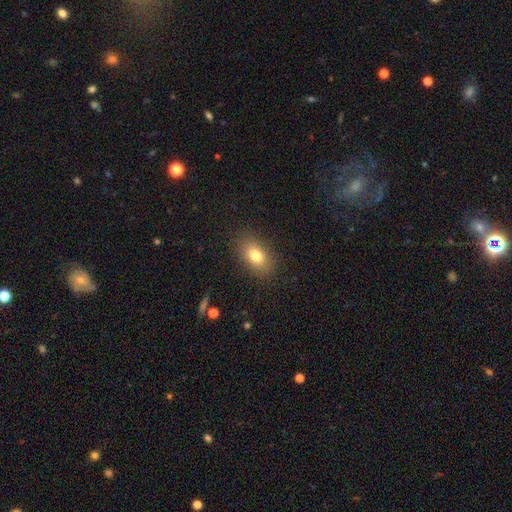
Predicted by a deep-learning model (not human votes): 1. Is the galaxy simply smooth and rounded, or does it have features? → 77% smooth, 12% featured or disk, 10% star or artifact.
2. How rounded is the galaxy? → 84% in between, 14% round, 2% cigar-shaped.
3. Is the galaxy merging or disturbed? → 86% none, 10% minor disturbance, 3% major disturbance, 1% merger.